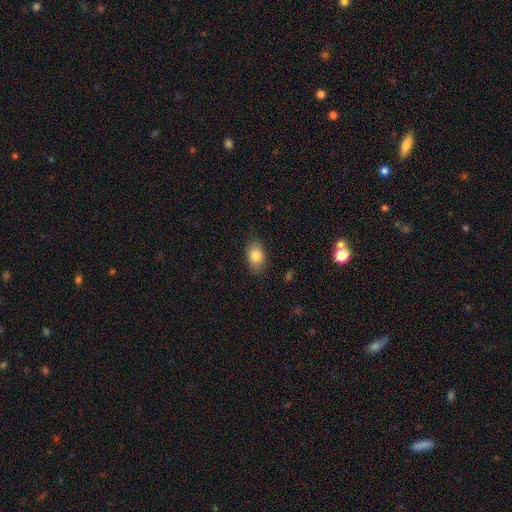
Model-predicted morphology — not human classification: smooth 82%, featured or disk 10%, star or artifact 8%. Down the decision tree: how rounded — in between (85%); merging — none (83%).